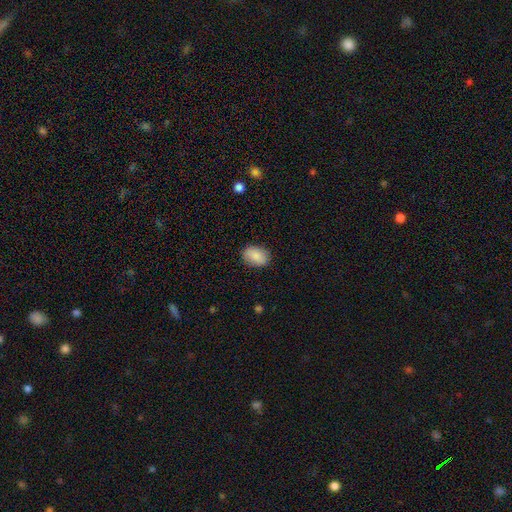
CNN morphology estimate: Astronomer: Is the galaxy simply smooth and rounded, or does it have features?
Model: smooth — 86%.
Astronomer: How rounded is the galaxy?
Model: in between — 77%.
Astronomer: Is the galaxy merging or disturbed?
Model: none — 85%.